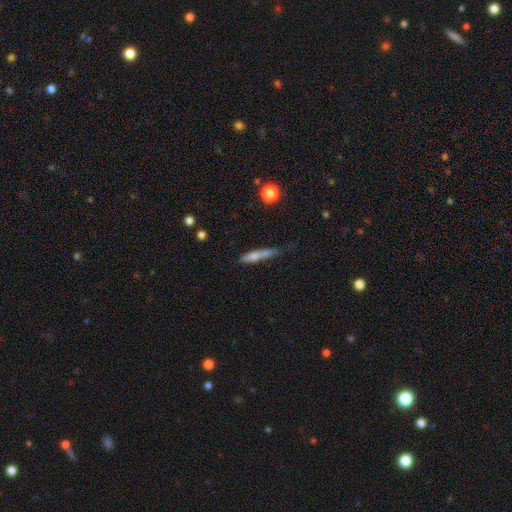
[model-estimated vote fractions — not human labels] smooth-or-featured: smooth: 67% | featured or disk: 25% | star or artifact: 7%
  how-rounded: cigar-shaped: 89% | in between: 9% | round: 2%
  merging: none: 60% | minor disturbance: 28% | major disturbance: 8% | merger: 4%